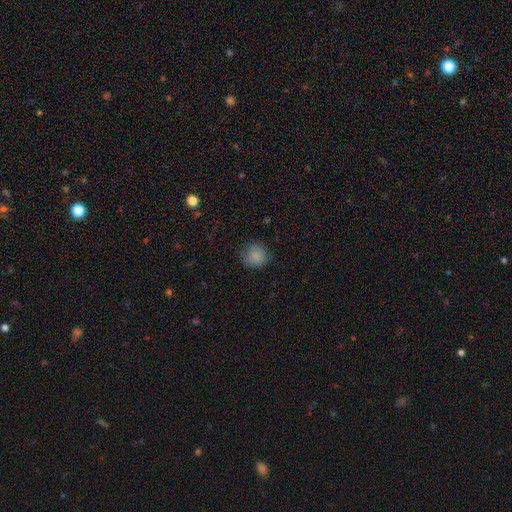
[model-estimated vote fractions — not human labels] A smooth galaxy with no disk features (84%) that is round (85%).

Vote fractions:
- Smooth or featured? smooth: 84% / star or artifact: 10% / featured or disk: 6%
- How rounded? round: 85% / in between: 14% / cigar-shaped: 1%
- Merging? none: 73% / minor disturbance: 20% / major disturbance: 6% / merger: 1%